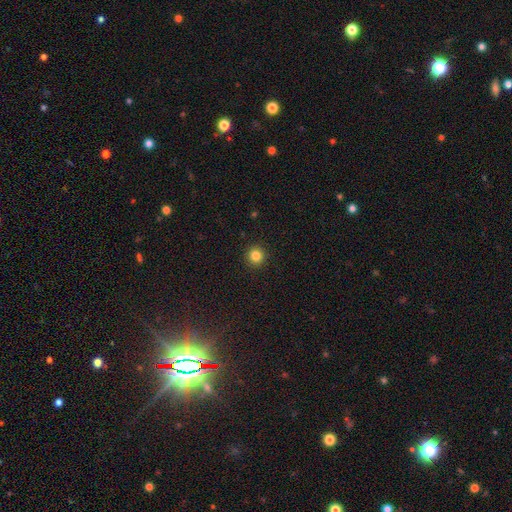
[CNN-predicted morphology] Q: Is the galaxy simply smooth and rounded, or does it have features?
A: smooth — 83%.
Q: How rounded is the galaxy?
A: round — 95%.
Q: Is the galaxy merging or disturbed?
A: none — 93%.